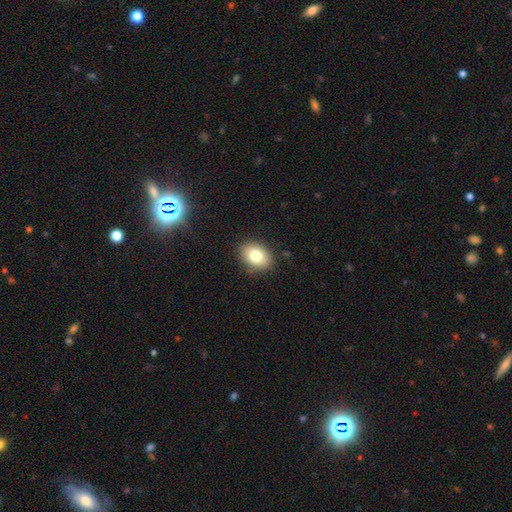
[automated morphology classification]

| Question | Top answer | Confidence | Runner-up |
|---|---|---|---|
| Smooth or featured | smooth | 79% | featured or disk (12%) |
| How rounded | in between | 70% | round (29%) |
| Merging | none | 87% | minor disturbance (9%) |